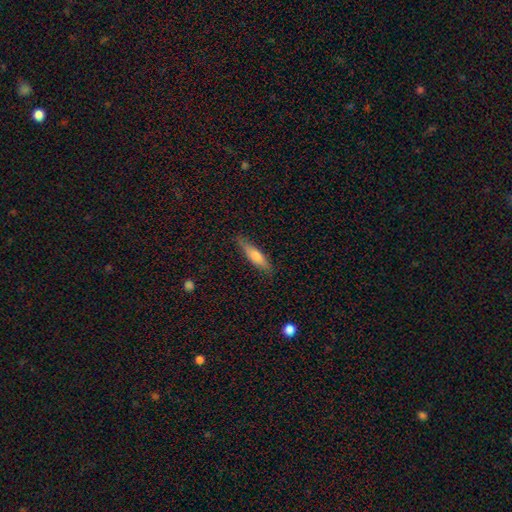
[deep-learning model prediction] A smooth galaxy with no disk features (69%) that is cigar-shaped (78%).

Vote fractions:
- Smooth or featured? smooth: 69% / featured or disk: 24% / star or artifact: 6%
- How rounded? cigar-shaped: 78% / in between: 20% / round: 2%
- Merging? none: 82% / minor disturbance: 13% / major disturbance: 3% / merger: 1%